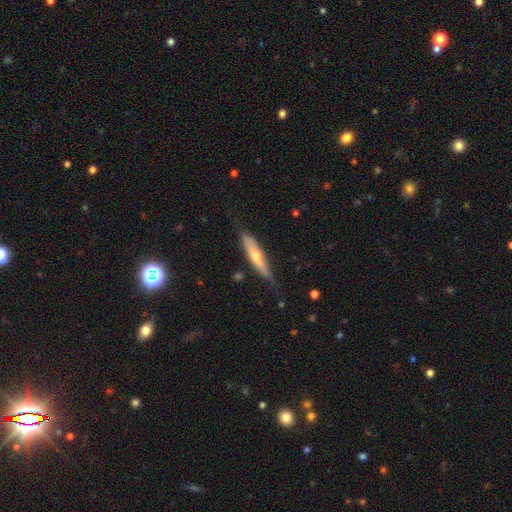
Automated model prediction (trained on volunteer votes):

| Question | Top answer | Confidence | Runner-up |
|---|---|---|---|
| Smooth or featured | featured or disk | 52% | smooth (42%) |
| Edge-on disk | yes | 83% | no (17%) |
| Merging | none | 73% | minor disturbance (21%) |